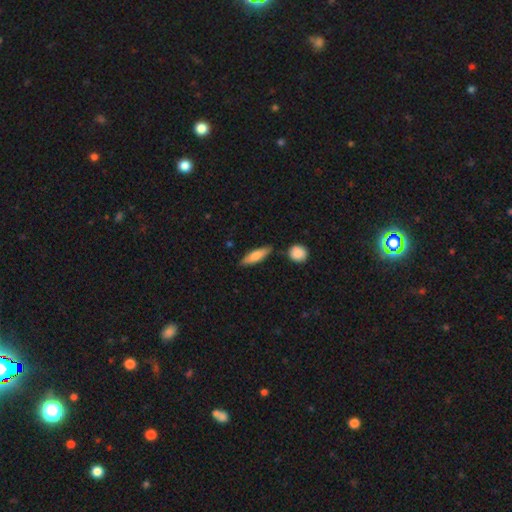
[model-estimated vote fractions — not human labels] This appears to be a smooth galaxy with no disk features (73%) that is cigar-shaped (58%). Merging: none (80%).